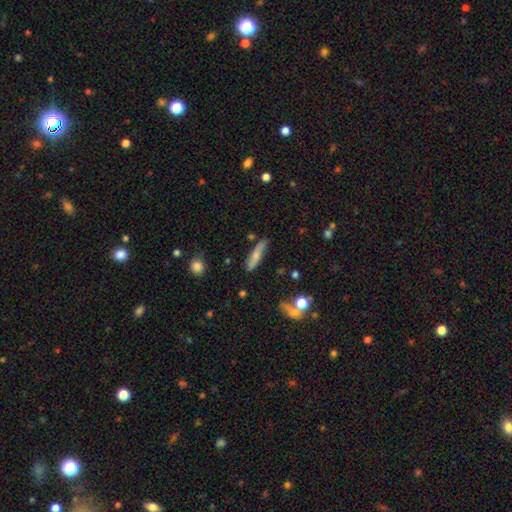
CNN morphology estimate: smooth 66%, featured or disk 27%, star or artifact 7%. Down the decision tree: how rounded — cigar-shaped (78%); merging — none (73%).